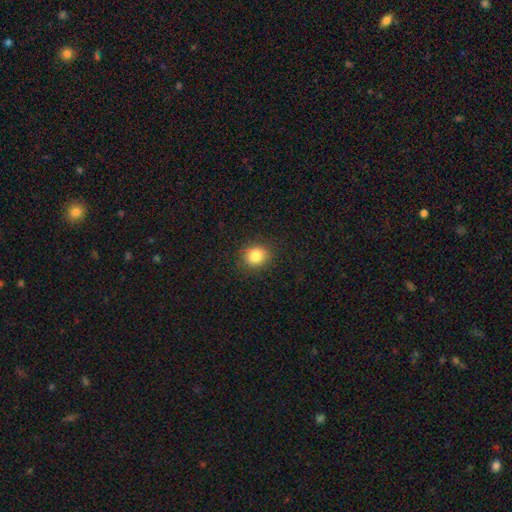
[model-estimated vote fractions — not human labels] Q: Smooth or featured?
A: smooth (84%); runner-up: star or artifact (11%)
Q: How rounded?
A: round (79%); runner-up: in between (20%)
Q: Merging?
A: none (87%); runner-up: minor disturbance (9%)